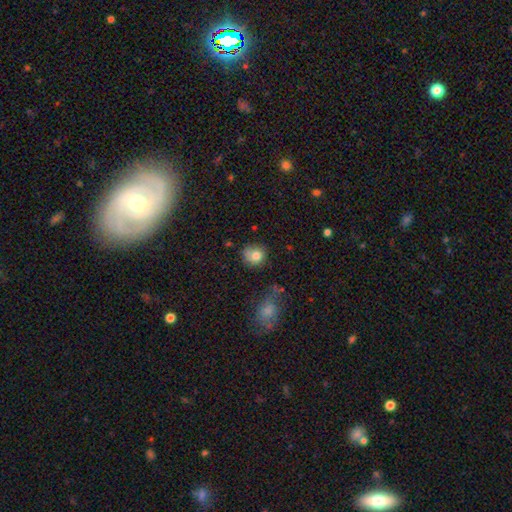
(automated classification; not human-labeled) This appears to be a smooth galaxy with no disk features (80%) that is round (81%). Merging: none (65%).